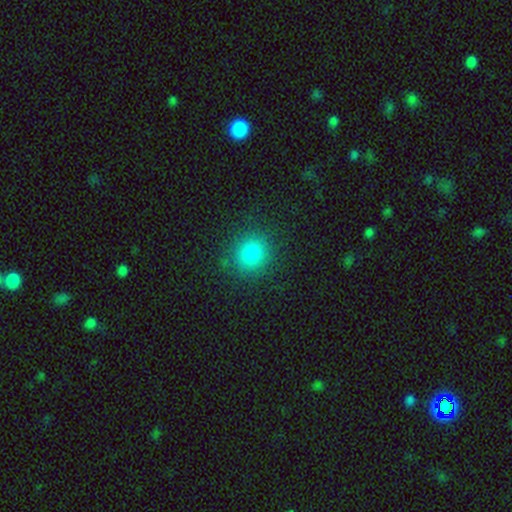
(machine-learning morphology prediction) A smooth galaxy with no disk features (72%) that is round (94%). Merging: none (93%).